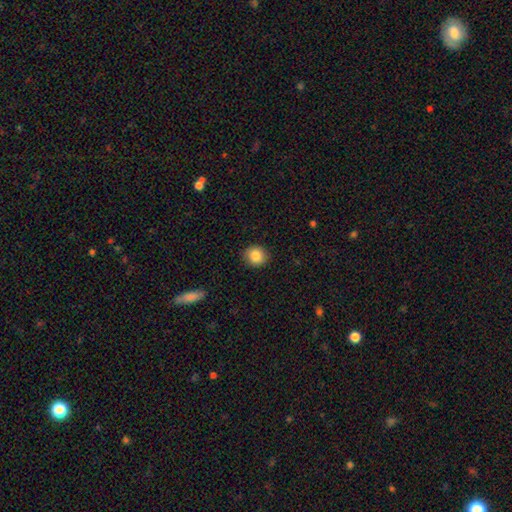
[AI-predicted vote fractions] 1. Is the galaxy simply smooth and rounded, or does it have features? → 85% smooth, 9% star or artifact, 6% featured or disk.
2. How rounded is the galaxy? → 86% round, 13% in between, 1% cigar-shaped.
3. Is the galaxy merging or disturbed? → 90% none, 7% minor disturbance, 2% major disturbance, 1% merger.